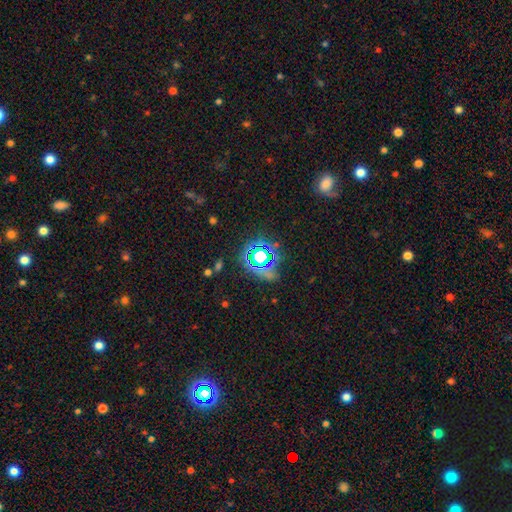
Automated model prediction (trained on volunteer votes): Smooth or featured? star or artifact (68%)